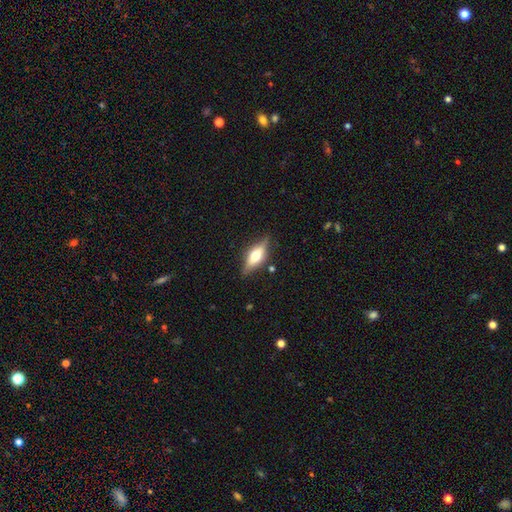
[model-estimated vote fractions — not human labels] smooth-or-featured: featured or disk: 54% | smooth: 39% | star or artifact: 7%
  disk-edge-on: yes: 89% | no: 11%
  merging: none: 81% | minor disturbance: 13% | major disturbance: 3% | merger: 2%